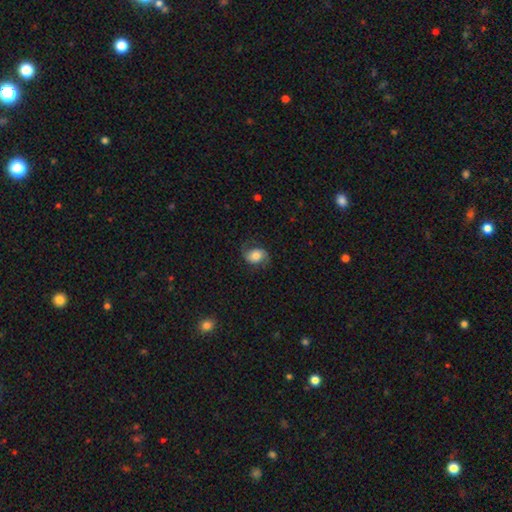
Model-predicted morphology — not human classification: This is possibly a featured or disk galaxy (49%). Merging: likely none (70%).